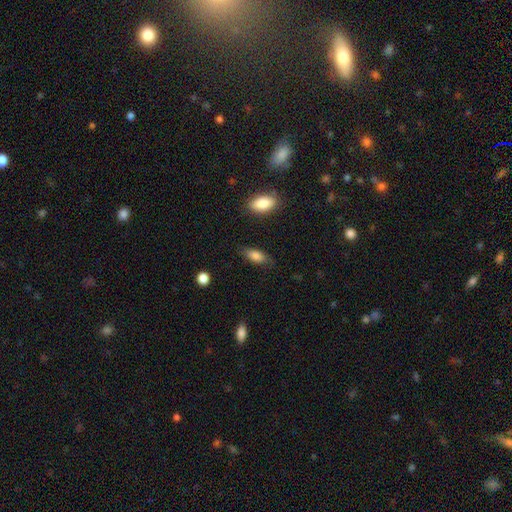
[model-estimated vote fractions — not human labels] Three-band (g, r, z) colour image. It shows a smooth galaxy with no disk features (81%) that is in between round and cigar-shaped (81%). Merging: none (74%).